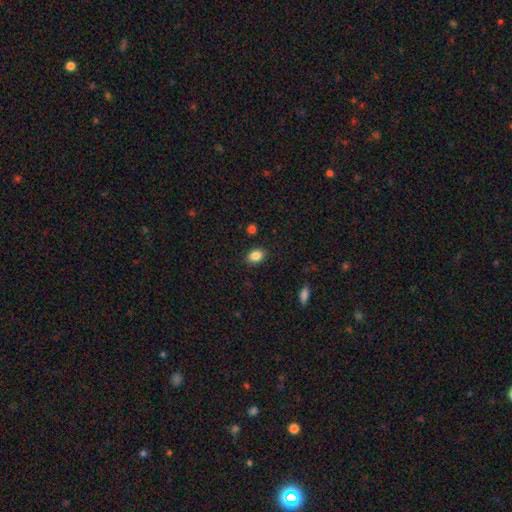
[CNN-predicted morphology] This appears to be a smooth galaxy with no disk features (85%) that is in between round and cigar-shaped (69%). Merging: none (88%).